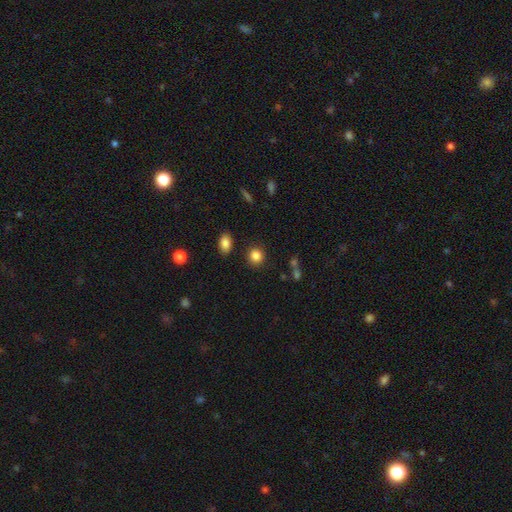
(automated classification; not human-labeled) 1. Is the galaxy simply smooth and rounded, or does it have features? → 86% smooth, 10% star or artifact, 4% featured or disk.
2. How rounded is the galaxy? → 85% round, 14% in between, 1% cigar-shaped.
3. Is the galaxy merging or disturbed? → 87% none, 7% minor disturbance, 3% merger, 3% major disturbance.